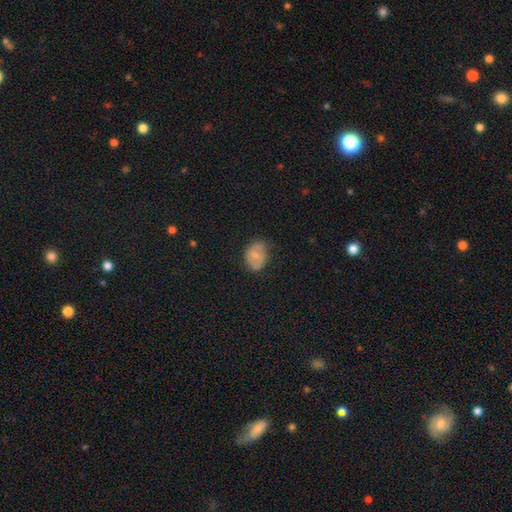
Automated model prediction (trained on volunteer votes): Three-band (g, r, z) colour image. It shows a smooth galaxy with no disk features (60%) that is in between round and cigar-shaped (61%). Merging: none (64%).